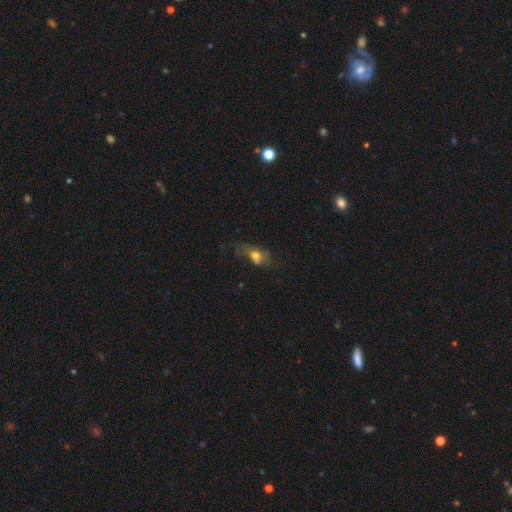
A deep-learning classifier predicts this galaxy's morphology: smooth 55%, featured or disk 32%, star or artifact 13%. Down the decision tree: how rounded — in between (73%); merging — none (37%).